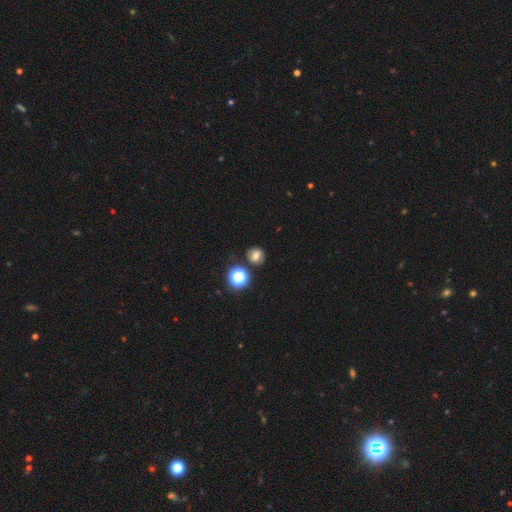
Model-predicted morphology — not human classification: Smooth or featured: smooth — 69% (star or artifact — 19%)
How rounded: round — 84% (in between — 15%)
Merging: none — 81% (minor disturbance — 10%)